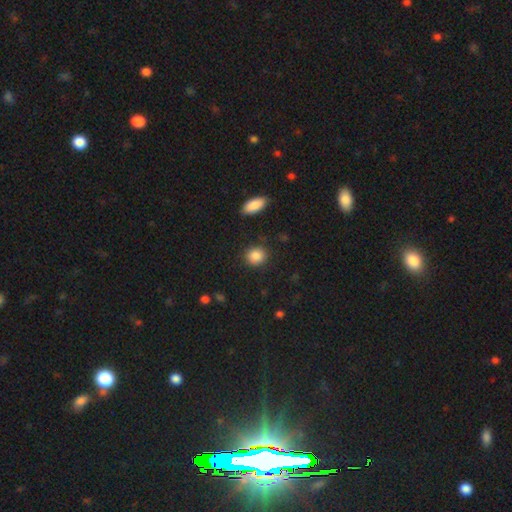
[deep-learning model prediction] Morphology: type=smooth (88%); roundness=round (74%); merging=none (87%).